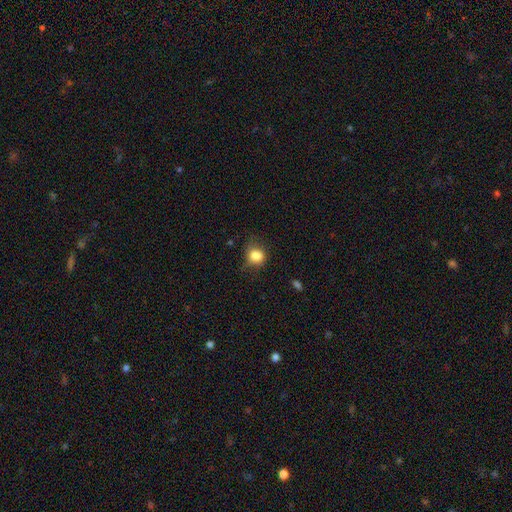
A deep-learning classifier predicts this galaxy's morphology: A smooth galaxy with no disk features (82%) that is round (66%).

Vote fractions:
- Smooth or featured? smooth: 82% / star or artifact: 10% / featured or disk: 8%
- How rounded? round: 66% / in between: 33% / cigar-shaped: 1%
- Merging? none: 51% / minor disturbance: 33% / major disturbance: 14% / merger: 2%